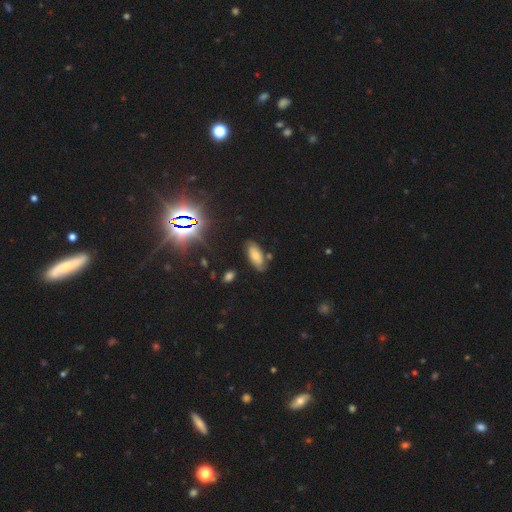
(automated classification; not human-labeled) Overall: smooth (52%; featured or disk 31%). How rounded: in between (87%). Merging: none (74%).